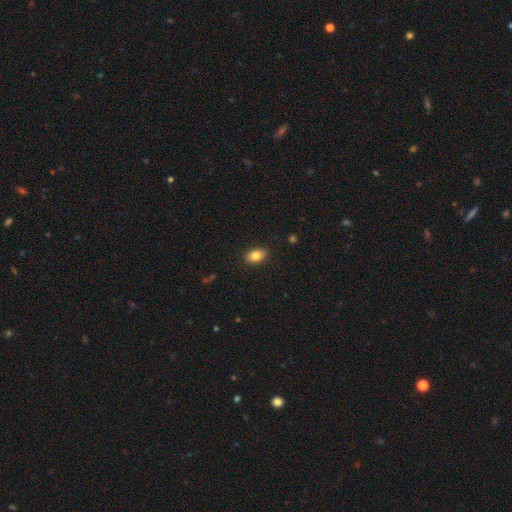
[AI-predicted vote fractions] smooth_or_featured: smooth (p=0.83) [alt: star or artifact p=0.09]
how_rounded: in between (p=0.82) [alt: round p=0.16]
merging: none (p=0.89) [alt: minor disturbance p=0.08]